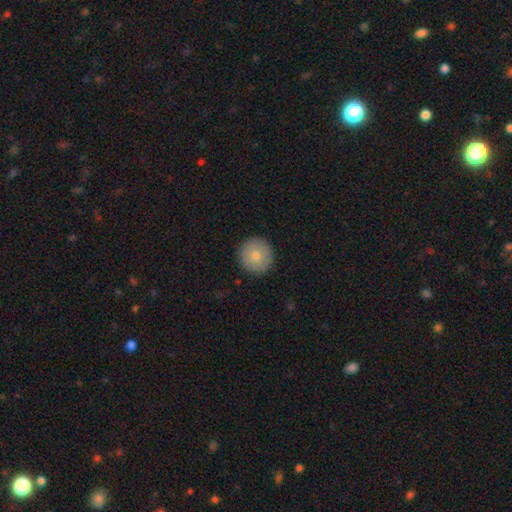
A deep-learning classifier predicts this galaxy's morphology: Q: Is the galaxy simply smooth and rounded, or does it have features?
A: smooth — 77%.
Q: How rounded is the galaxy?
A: round — 95%.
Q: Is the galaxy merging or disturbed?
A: none — 92%.